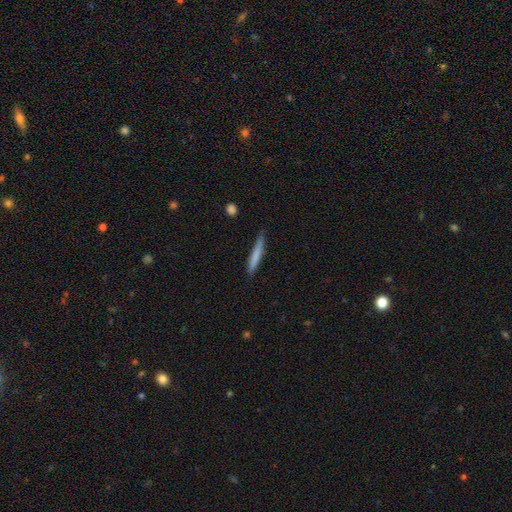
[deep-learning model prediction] Smooth or featured? Predicted: smooth (p=0.76). How rounded? Predicted: cigar-shaped (p=0.95). Merging? Predicted: none (p=0.83).